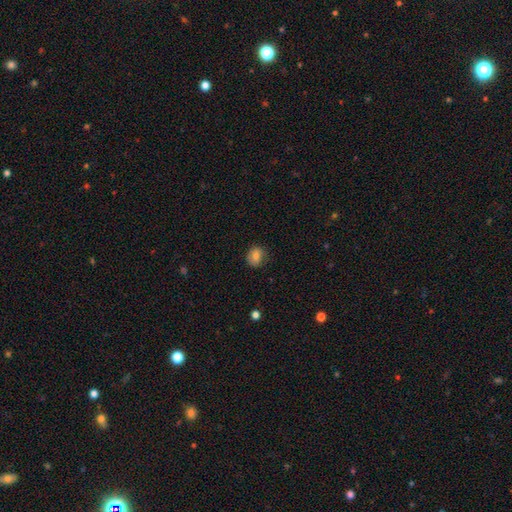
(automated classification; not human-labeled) Q: Smooth or featured?
A: smooth (77%); runner-up: featured or disk (14%)
Q: How rounded?
A: round (77%); runner-up: in between (22%)
Q: Merging?
A: none (79%); runner-up: minor disturbance (16%)